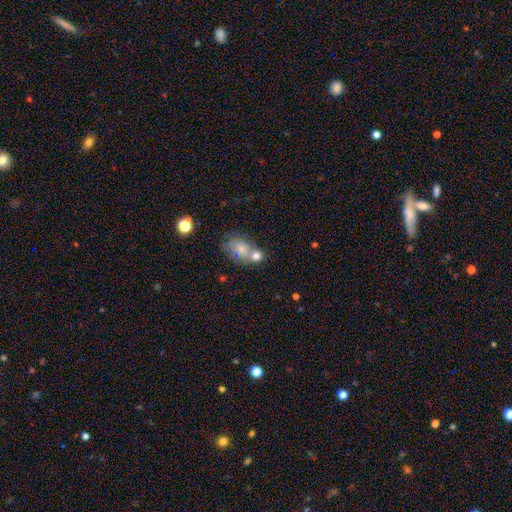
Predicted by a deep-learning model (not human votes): smooth 49%, featured or disk 30%, star or artifact 21%. Down the decision tree: merging — none (50%).